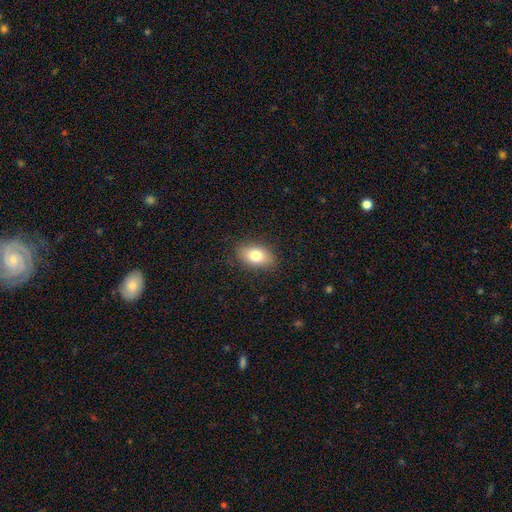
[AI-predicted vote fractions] Smooth or featured? Predicted: smooth (p=0.78). How rounded? Predicted: in between (p=0.87). Merging? Predicted: none (p=0.85).